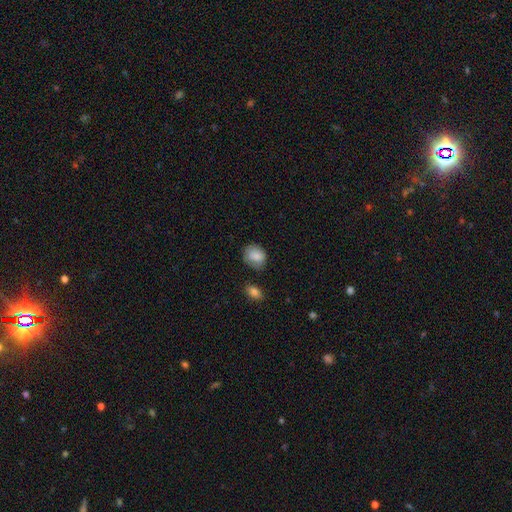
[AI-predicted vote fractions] Smooth or featured?
  - smooth: 84% *
  - featured or disk: 8%
  - star or artifact: 8%
How rounded?
  - round: 57% *
  - in between: 42%
  - cigar-shaped: 1%
Merging?
  - none: 66% *
  - minor disturbance: 25%
  - major disturbance: 6%
  - merger: 4%